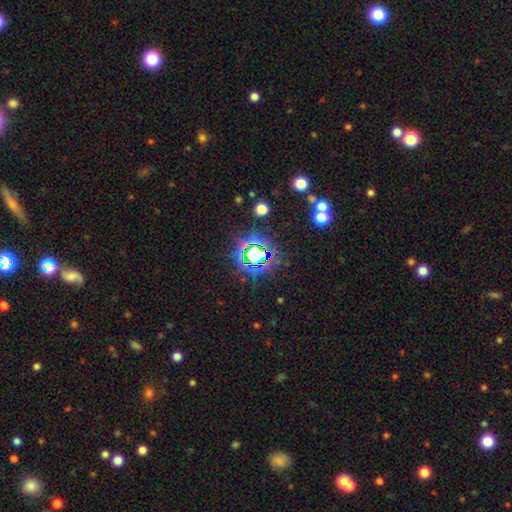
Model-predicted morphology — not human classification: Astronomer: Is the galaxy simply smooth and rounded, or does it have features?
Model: star or artifact — 72%.